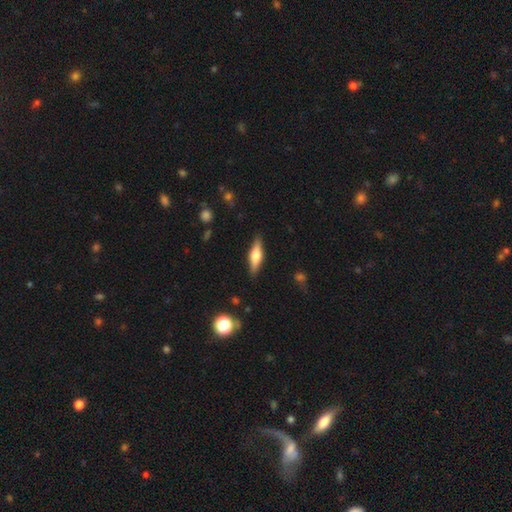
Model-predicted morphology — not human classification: Smooth or featured?
  - smooth: 49% *
  - featured or disk: 45%
  - star or artifact: 6%
Merging?
  - none: 87% *
  - minor disturbance: 10%
  - major disturbance: 2%
  - merger: 1%